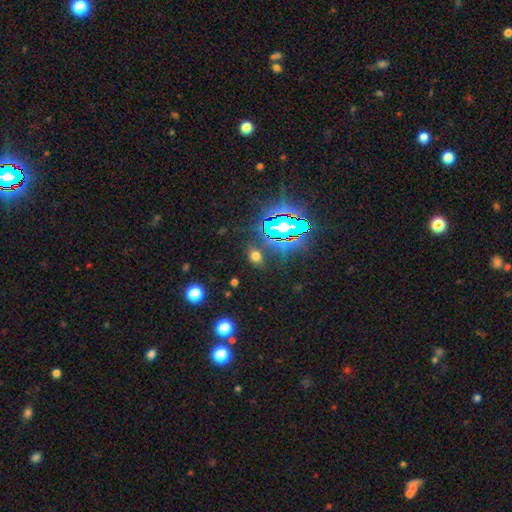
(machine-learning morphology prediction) type=smooth (56%); roundness=in between (68%); merging=none (80%).